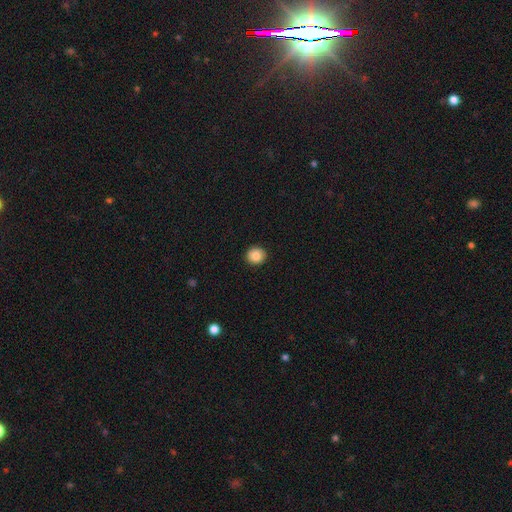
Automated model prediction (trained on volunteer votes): This appears to be a smooth galaxy with no disk features (84%) that is round (89%). Merging: none (92%).